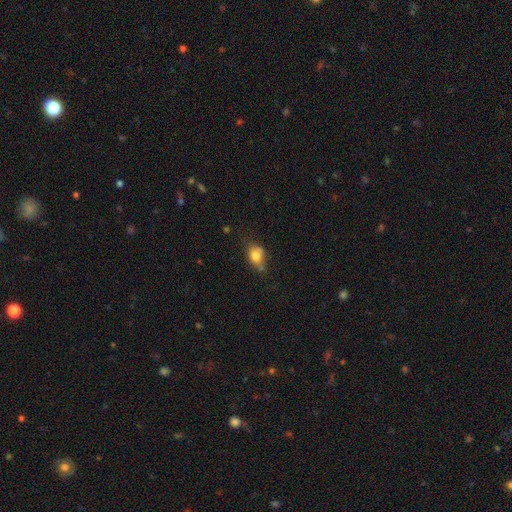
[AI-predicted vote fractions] smooth 77%, featured or disk 14%, star or artifact 10%. Down the decision tree: how rounded — in between (62%); merging — none (49%).